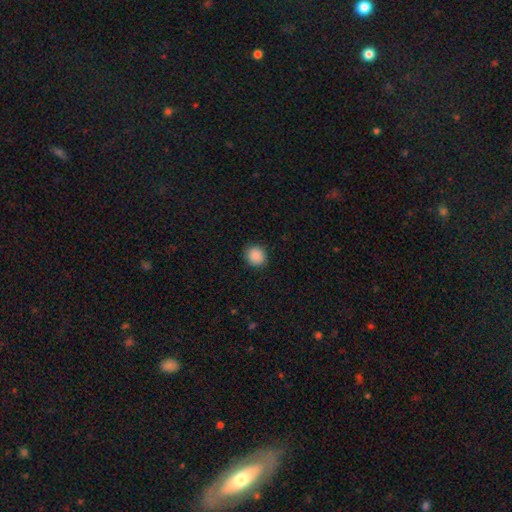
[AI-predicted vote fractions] A smooth galaxy with no disk features (89%) that is round (87%).

Vote fractions:
- Smooth or featured? smooth: 89% / star or artifact: 8% / featured or disk: 2%
- How rounded? round: 87% / in between: 12% / cigar-shaped: 1%
- Merging? none: 90% / minor disturbance: 7% / major disturbance: 2% / merger: 1%